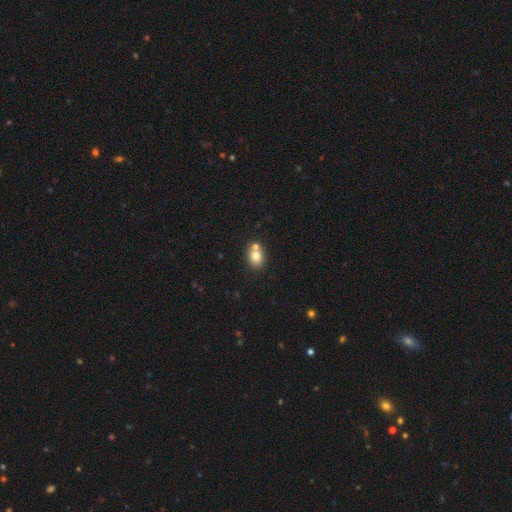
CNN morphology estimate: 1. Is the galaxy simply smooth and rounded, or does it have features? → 77% smooth, 13% featured or disk, 10% star or artifact.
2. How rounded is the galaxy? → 53% in between, 46% round, 1% cigar-shaped.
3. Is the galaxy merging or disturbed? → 56% none, 31% merger, 10% minor disturbance, 3% major disturbance.